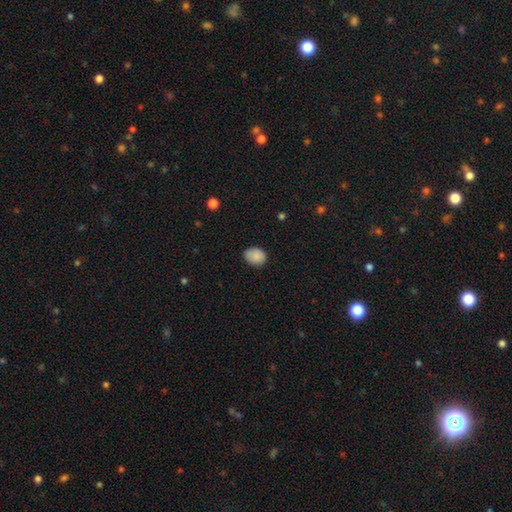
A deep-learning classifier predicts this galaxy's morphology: smooth 88%, star or artifact 8%, featured or disk 5%. Down the decision tree: how rounded — in between (62%); merging — none (82%).